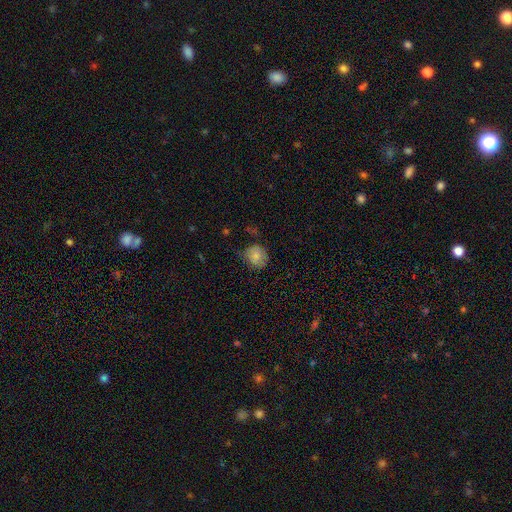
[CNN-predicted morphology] This appears to be a smooth galaxy with no disk features (76%) that is round (72%). Merging: none (59%).